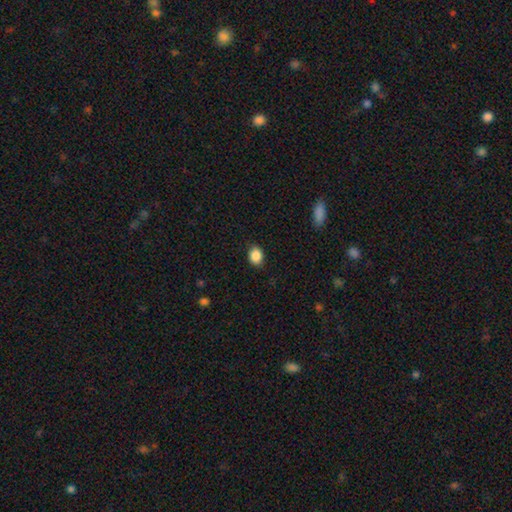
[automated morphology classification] smooth 88%, star or artifact 8%, featured or disk 3%. Down the decision tree: how rounded — in between (59%); merging — none (86%).